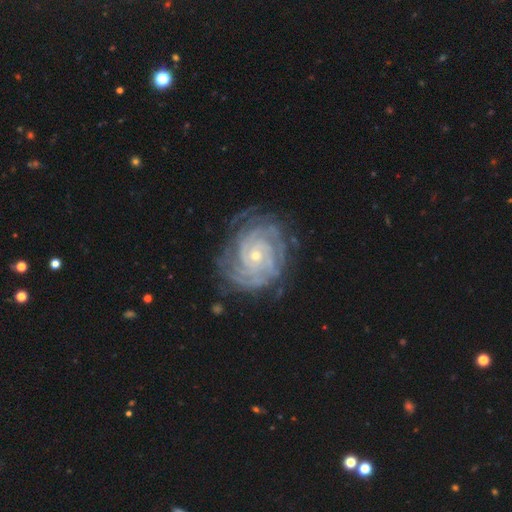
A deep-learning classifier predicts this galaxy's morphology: A featured or disk galaxy (91%) with no bar (74%), 4 (23%, tied with can't tell) tight (83%) spiral arms (98%) and a small central bulge (72%).

Vote fractions:
- Smooth or featured? featured or disk: 91% / star or artifact: 5% / smooth: 4%
- Edge-on disk? no: 97% / yes: 3%
- Bar? no: 74% / weak: 19% / strong: 7%
- Spiral arms? yes: 98% / no: 2%
- Spiral winding? tight: 83% / medium: 15% / loose: 2%
- Spiral arm count? 4: 23% (tied) / can't tell: 23% (tied) / more than 4: 18% / 3: 16% / 2: 12% / 1: 8%
- Bulge size? small: 72% / moderate: 26% / large: 1% / none: 1% / dominant: 1%
- Merging? none: 77% / minor disturbance: 16% / major disturbance: 6% / merger: 1%